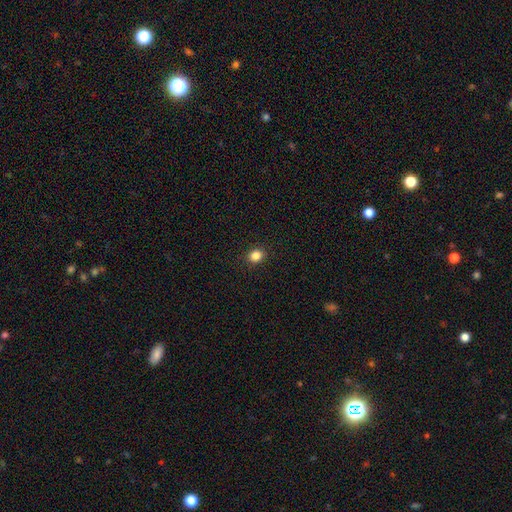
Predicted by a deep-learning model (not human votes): Smooth or featured?
  - smooth: 85% *
  - star or artifact: 11%
  - featured or disk: 4%
How rounded?
  - round: 64% *
  - in between: 35%
  - cigar-shaped: 1%
Merging?
  - none: 91% *
  - minor disturbance: 6%
  - major disturbance: 2%
  - merger: 1%